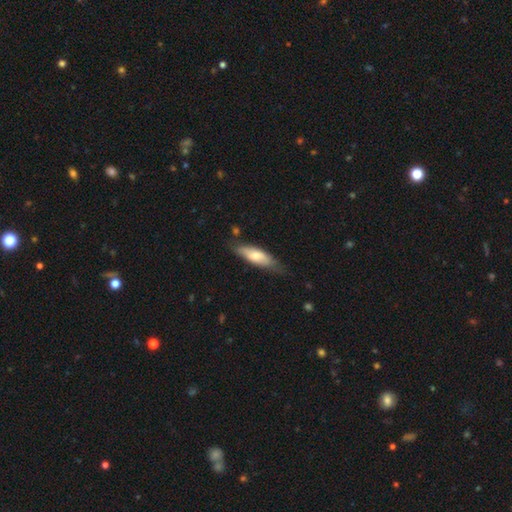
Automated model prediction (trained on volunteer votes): Q: Smooth or featured?
A: smooth (65%); runner-up: featured or disk (29%)
Q: How rounded?
A: in between (53%); runner-up: cigar-shaped (46%)
Q: Merging?
A: none (63%); runner-up: minor disturbance (28%)